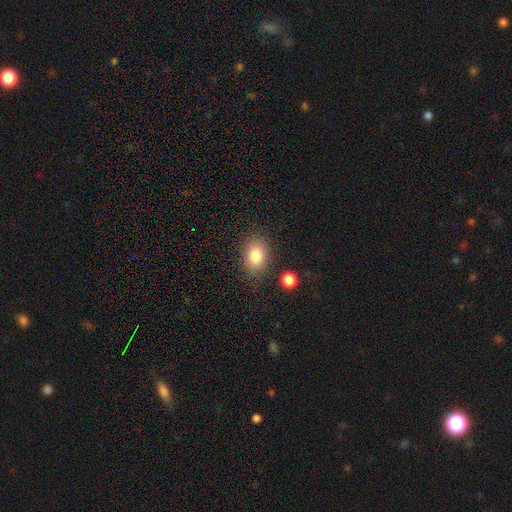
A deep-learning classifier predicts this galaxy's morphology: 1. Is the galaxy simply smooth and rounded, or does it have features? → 81% smooth, 10% star or artifact, 9% featured or disk.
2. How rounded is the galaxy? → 68% in between, 31% round, 1% cigar-shaped.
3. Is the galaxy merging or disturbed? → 80% none, 12% minor disturbance, 4% major disturbance, 4% merger.